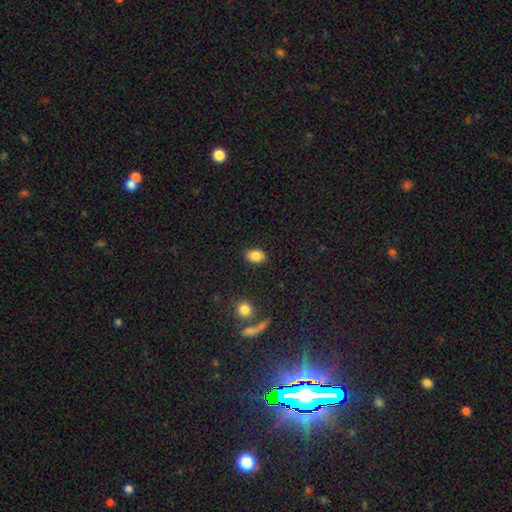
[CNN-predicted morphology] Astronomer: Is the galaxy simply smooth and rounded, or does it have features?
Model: smooth — 85%.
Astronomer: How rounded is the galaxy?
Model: in between — 84%.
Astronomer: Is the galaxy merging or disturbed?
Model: none — 87%.